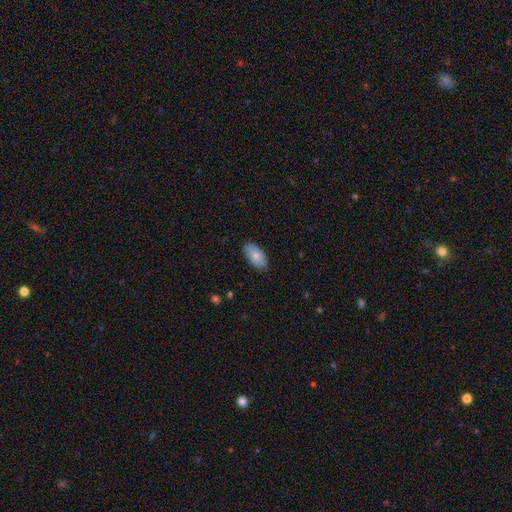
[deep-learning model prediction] A smooth galaxy with no disk features (81%) that is in between round and cigar-shaped (94%).

Vote fractions:
- Smooth or featured? smooth: 81% / featured or disk: 13% / star or artifact: 6%
- How rounded? in between: 94% / cigar-shaped: 4% / round: 2%
- Merging? none: 88% / minor disturbance: 10% / major disturbance: 2% / merger: 1%